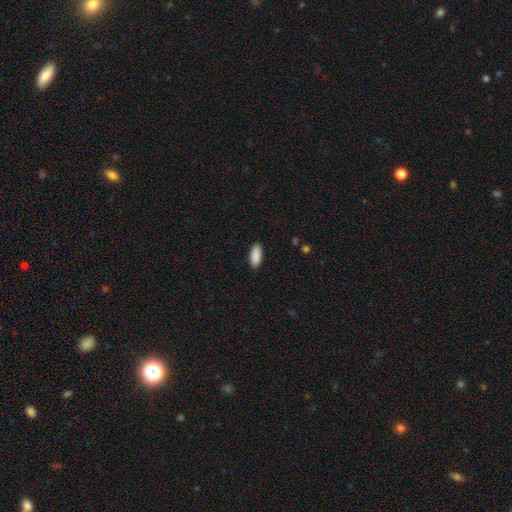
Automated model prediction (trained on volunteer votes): A smooth galaxy with no disk features (90%) that is in between round and cigar-shaped (83%).

Vote fractions:
- Smooth or featured? smooth: 90% / star or artifact: 6% / featured or disk: 3%
- How rounded? in between: 83% / cigar-shaped: 15% / round: 2%
- Merging? none: 89% / minor disturbance: 8% / major disturbance: 2% / merger: 1%